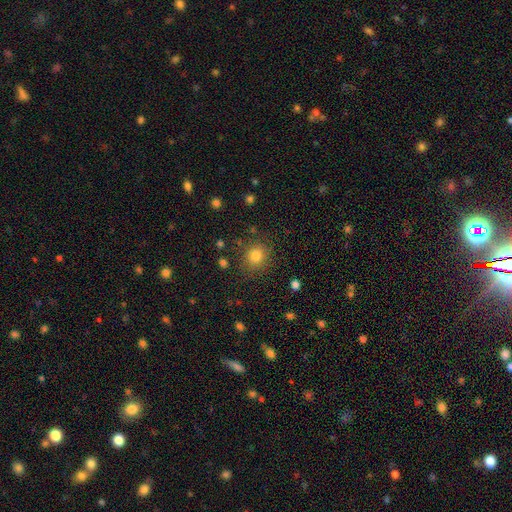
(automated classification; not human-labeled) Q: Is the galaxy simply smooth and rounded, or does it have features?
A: smooth — 81%.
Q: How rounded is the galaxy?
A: round — 81%.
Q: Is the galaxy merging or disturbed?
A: none — 84%.